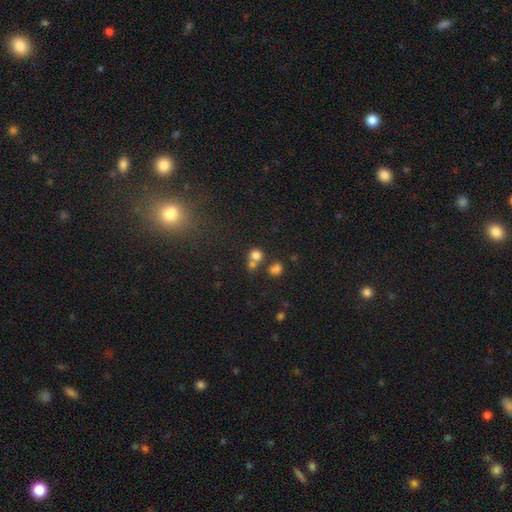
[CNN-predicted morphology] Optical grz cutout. It shows a smooth galaxy with no disk features (76%) that is round (83%). Merging: none (47%).